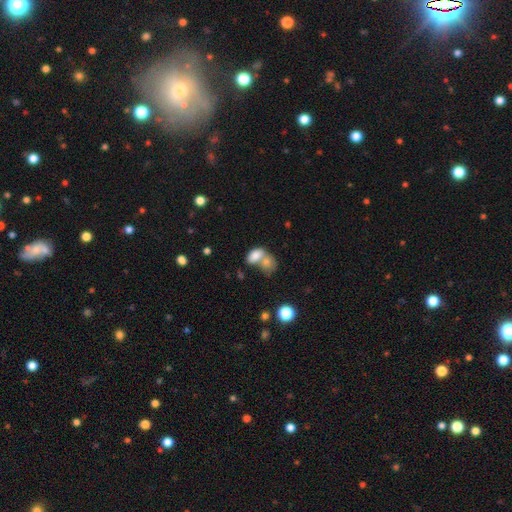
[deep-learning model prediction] Q: Smooth or featured?
A: smooth (79%); runner-up: featured or disk (12%)
Q: How rounded?
A: in between (87%); runner-up: round (11%)
Q: Merging?
A: merger (62%); runner-up: none (24%)